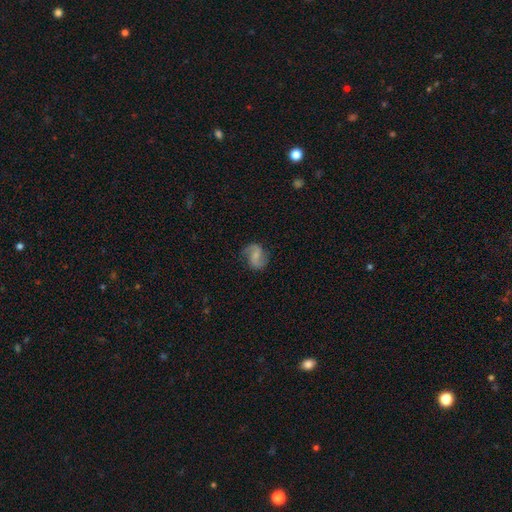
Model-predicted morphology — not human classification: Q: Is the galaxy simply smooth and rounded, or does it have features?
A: featured or disk — 71%.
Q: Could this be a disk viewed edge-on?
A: no — 98%.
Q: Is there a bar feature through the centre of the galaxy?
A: weak — 46%.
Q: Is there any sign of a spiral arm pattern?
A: yes — 94%.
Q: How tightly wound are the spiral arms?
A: loose — 49%.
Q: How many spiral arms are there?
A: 2 — 91%.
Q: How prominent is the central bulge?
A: small — 50%.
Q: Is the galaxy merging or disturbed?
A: none — 78%.